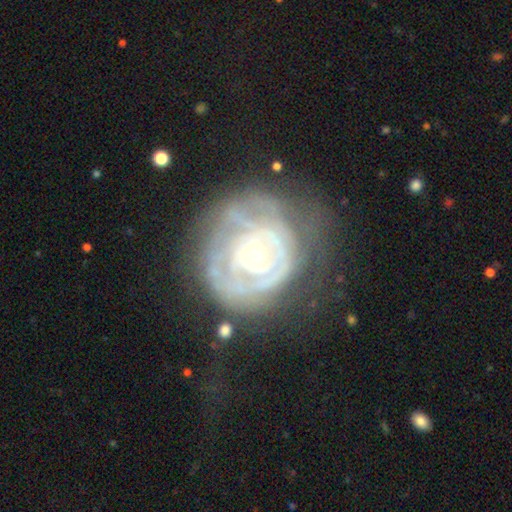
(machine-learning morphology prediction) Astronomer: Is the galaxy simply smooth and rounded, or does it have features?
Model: featured or disk — 78%.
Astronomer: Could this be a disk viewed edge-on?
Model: no — 97%.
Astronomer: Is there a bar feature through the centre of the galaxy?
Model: no — 83%.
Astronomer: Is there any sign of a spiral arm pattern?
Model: yes — 69%.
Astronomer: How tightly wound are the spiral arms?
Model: tight — 75%.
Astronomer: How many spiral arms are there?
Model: can't tell — 56%.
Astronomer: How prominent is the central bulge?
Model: small — 63%.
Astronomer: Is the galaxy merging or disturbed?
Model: none — 48% (runner-up: major disturbance, 26%).